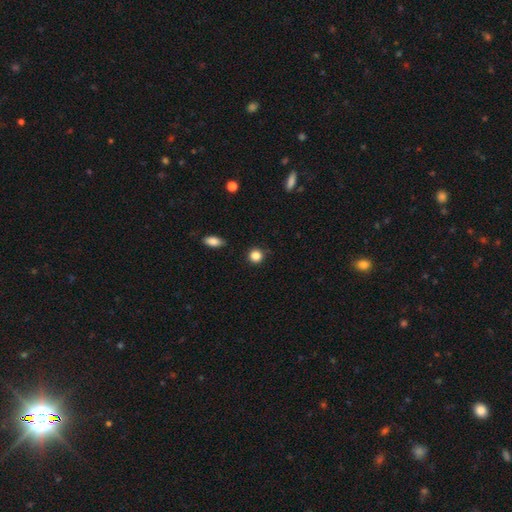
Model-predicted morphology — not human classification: This appears to be a smooth galaxy with no disk features (86%) that is round (91%). Merging: none (88%).